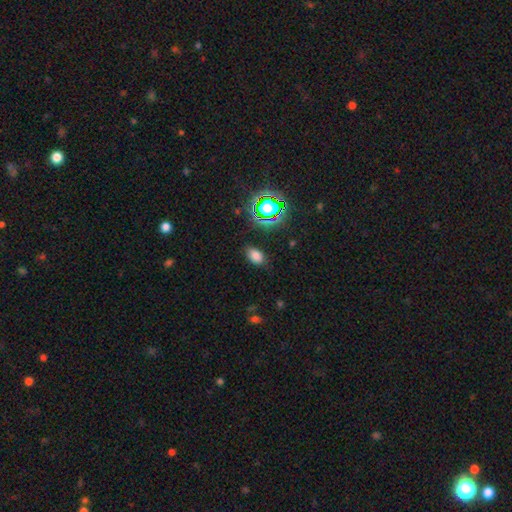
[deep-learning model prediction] A smooth galaxy with no disk features (74%) that is in between round and cigar-shaped (87%). Merging: none (83%).